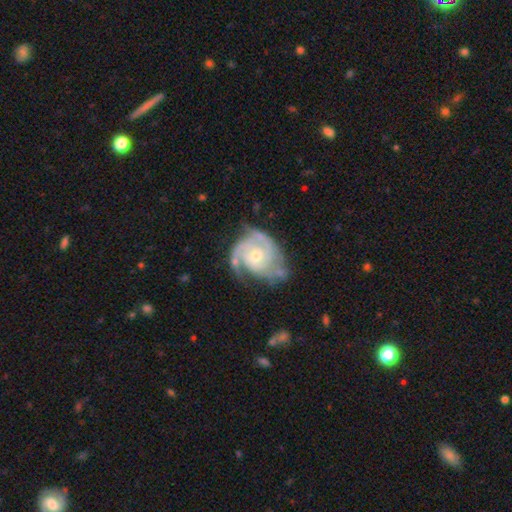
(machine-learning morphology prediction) Smooth or featured: featured or disk — 88% (smooth — 8%)
Edge-on disk: no — 98% (yes — 2%)
Bar: no — 73% (weak — 23%)
Spiral arms: yes — 96% (no — 4%)
Spiral winding: tight — 56% (medium — 35%)
Spiral arm count: 2 — 36% (3 — 34%)
Bulge size: moderate — 51% (small — 45%)
Merging: none — 53% (minor disturbance — 27%)